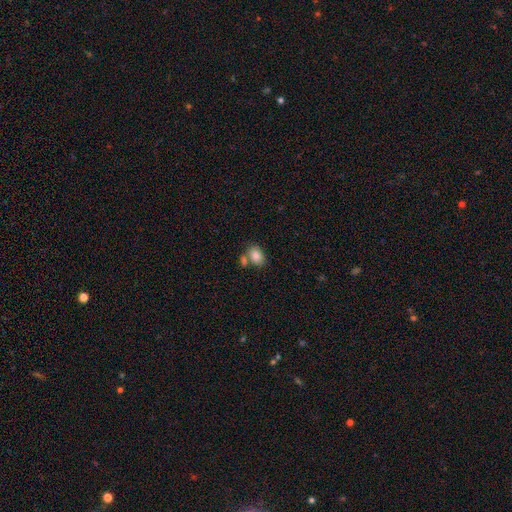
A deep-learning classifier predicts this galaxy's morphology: Smooth or featured? Predicted: smooth (p=0.83). How rounded? Predicted: in between (p=0.74). Merging? Predicted: none (p=0.55).